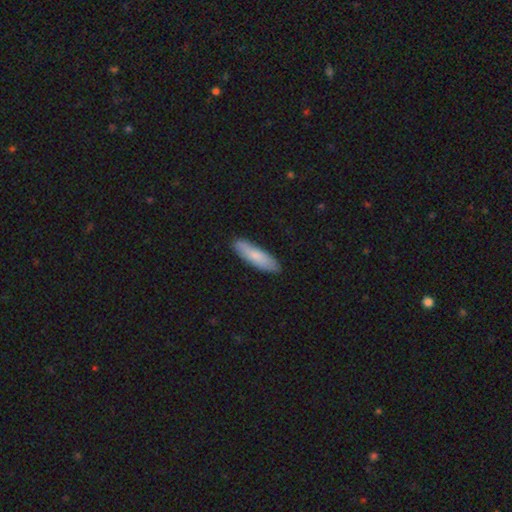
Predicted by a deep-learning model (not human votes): Q: Smooth or featured?
A: smooth (76%); runner-up: featured or disk (19%)
Q: How rounded?
A: cigar-shaped (63%); runner-up: in between (35%)
Q: Merging?
A: none (86%); runner-up: minor disturbance (11%)